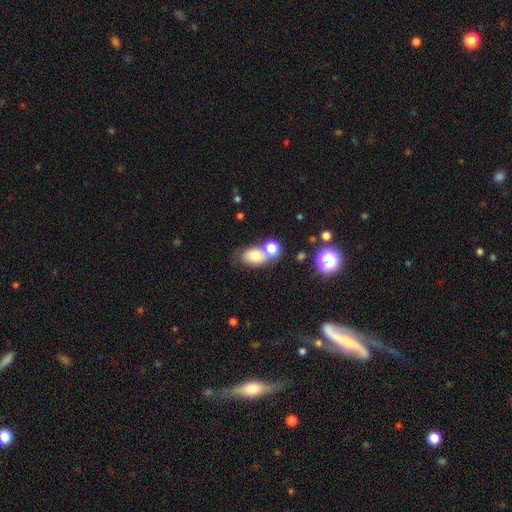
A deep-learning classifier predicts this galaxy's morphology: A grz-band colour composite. It shows a smooth galaxy with no disk features (71%) that is in between round and cigar-shaped (69%). Merging: none (42%).